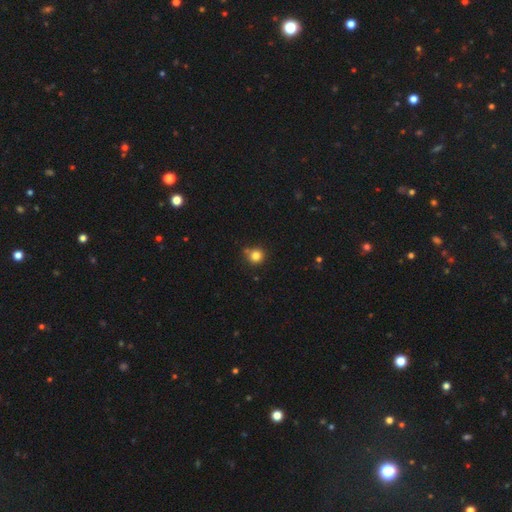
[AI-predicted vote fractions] A smooth galaxy with no disk features (82%) that is round (92%).

Vote fractions:
- Smooth or featured? smooth: 82% / star or artifact: 13% / featured or disk: 5%
- How rounded? round: 92% / in between: 7% / cigar-shaped: 1%
- Merging? none: 78% / minor disturbance: 11% / merger: 9% / major disturbance: 3%